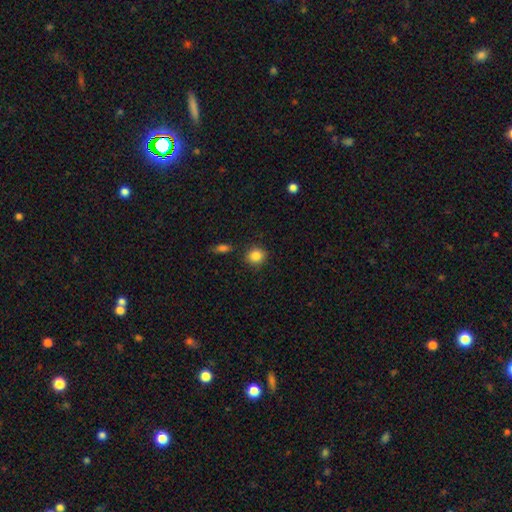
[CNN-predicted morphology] Smooth or featured? Predicted: smooth (p=0.87). How rounded? Predicted: round (p=0.86). Merging? Predicted: none (p=0.84).